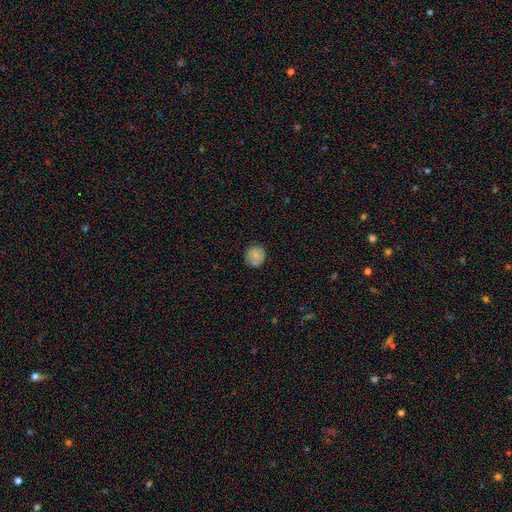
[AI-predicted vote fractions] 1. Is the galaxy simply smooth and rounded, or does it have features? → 78% smooth, 13% featured or disk, 9% star or artifact.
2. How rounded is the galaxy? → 90% round, 9% in between, 1% cigar-shaped.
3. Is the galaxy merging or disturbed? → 80% none, 15% minor disturbance, 3% major disturbance, 2% merger.